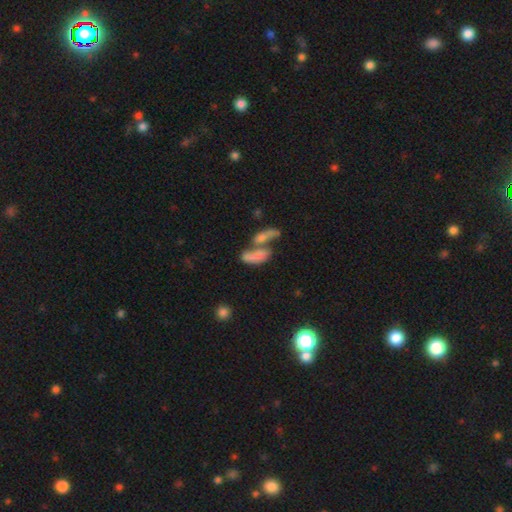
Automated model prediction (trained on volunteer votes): smooth 64%, featured or disk 25%, star or artifact 11%. Down the decision tree: how rounded — in between (68%); merging — merger (62%).